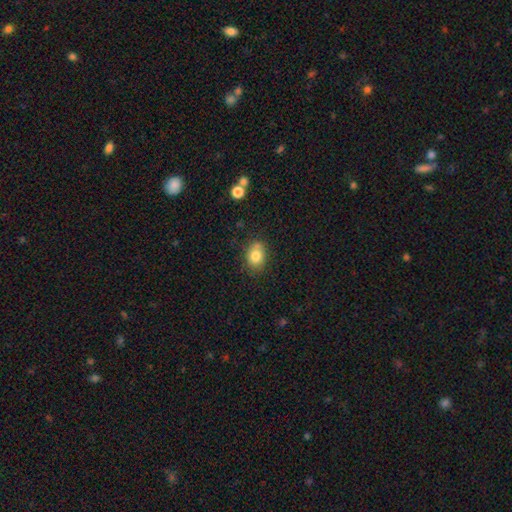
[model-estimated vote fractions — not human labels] This is clearly a smooth galaxy (80%). How rounded: possibly in between (60%). Merging: likely none (70%).